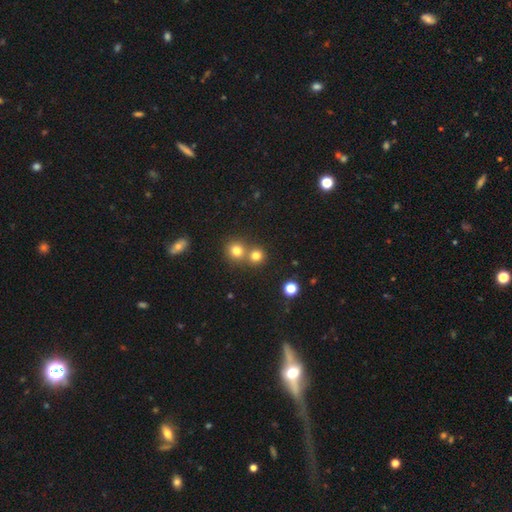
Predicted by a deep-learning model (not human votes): This is likely a smooth galaxy (77%). How rounded: clearly round (89%). Merging: possibly none (58%).